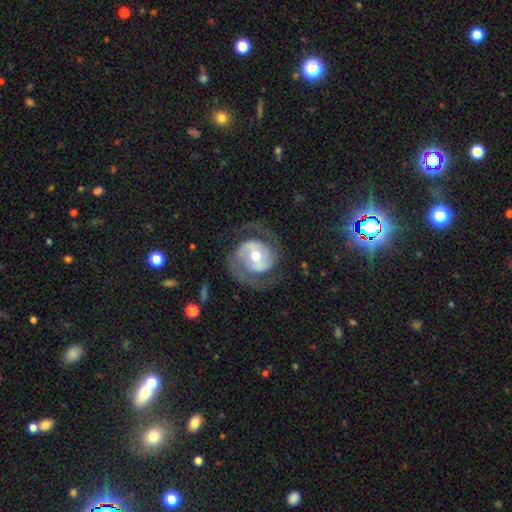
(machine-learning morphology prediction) A featured or disk galaxy (86%) with no bar (41%), 2 (87%) medium (48%) spiral arms (94%) and a moderate central bulge (73%).

Vote fractions:
- Smooth or featured? featured or disk: 86% / smooth: 9% / star or artifact: 5%
- Edge-on disk? no: 97% / yes: 3%
- Bar? no: 41% / weak: 39% / strong: 20%
- Spiral arms? yes: 94% / no: 6%
- Spiral winding? medium: 48% / tight: 31% / loose: 20%
- Spiral arm count? 2: 87% / 1: 5% / can't tell: 4% / 3: 2% / 4: 1% / more than 4: 1%
- Bulge size? moderate: 73% / small: 18% / large: 7% / dominant: 1% / none: 1%
- Merging? none: 71% / minor disturbance: 14% / major disturbance: 13% / merger: 1%